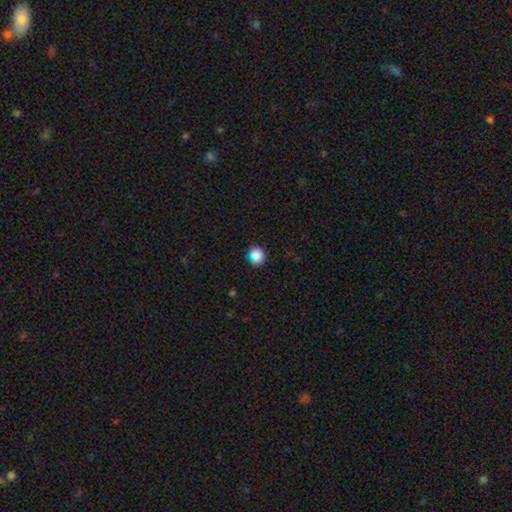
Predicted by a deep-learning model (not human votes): smooth-or-featured: smooth: 83% | star or artifact: 13% | featured or disk: 4%
  how-rounded: round: 84% | in between: 15% | cigar-shaped: 1%
  merging: none: 80% | minor disturbance: 14% | merger: 3% | major disturbance: 3%